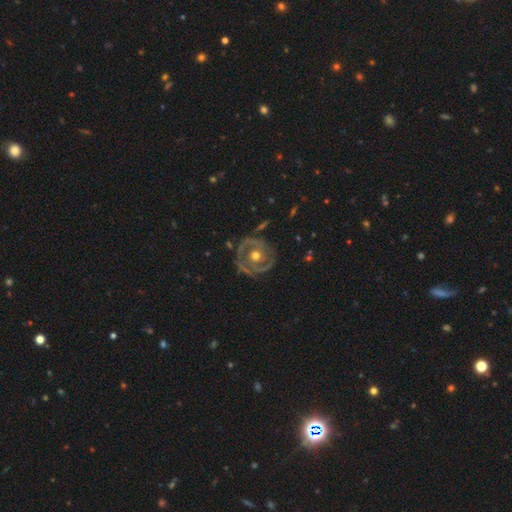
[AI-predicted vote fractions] Q: Smooth or featured?
A: featured or disk (84%); runner-up: smooth (11%)
Q: Edge-on disk?
A: no (97%); runner-up: yes (3%)
Q: Bar?
A: no (78%); runner-up: weak (16%)
Q: Spiral arms?
A: yes (84%); runner-up: no (16%)
Q: Spiral winding?
A: tight (62%); runner-up: medium (29%)
Q: Spiral arm count?
A: 2 (53%); runner-up: 3 (16%)
Q: Bulge size?
A: moderate (79%); runner-up: small (13%)
Q: Merging?
A: none (77%); runner-up: minor disturbance (15%)